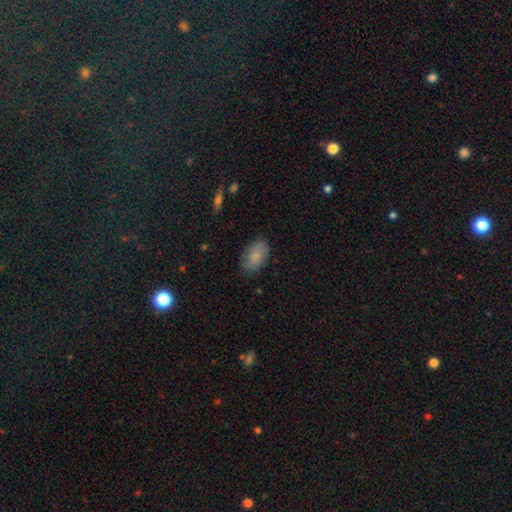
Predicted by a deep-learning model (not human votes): The model was most divided on "merging": none: 80%, minor disturbance: 15%, major disturbance: 3%, merger: 1%. More confident: how rounded — in between (90%); smooth or featured — smooth (81%).